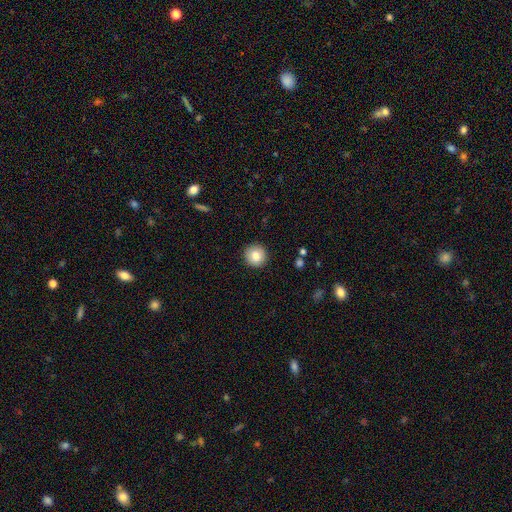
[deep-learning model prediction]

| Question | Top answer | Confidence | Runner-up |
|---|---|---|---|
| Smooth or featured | smooth | 82% | featured or disk (9%) |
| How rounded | round | 95% | in between (4%) |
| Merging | none | 92% | minor disturbance (5%) |